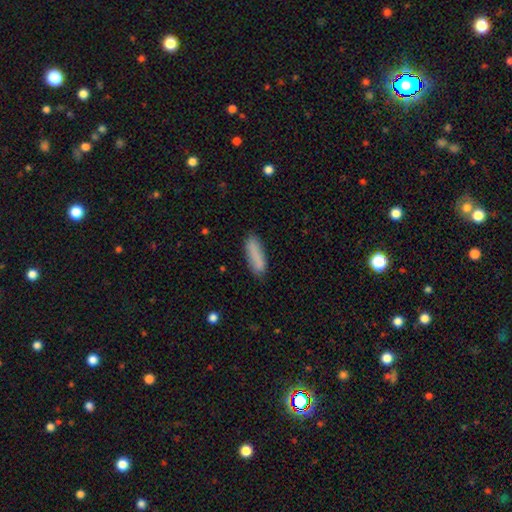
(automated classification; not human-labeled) Smooth or featured?
  - smooth: 84% *
  - featured or disk: 9%
  - star or artifact: 7%
How rounded?
  - cigar-shaped: 62% *
  - in between: 36%
  - round: 2%
Merging?
  - none: 82% *
  - minor disturbance: 13%
  - major disturbance: 3%
  - merger: 2%